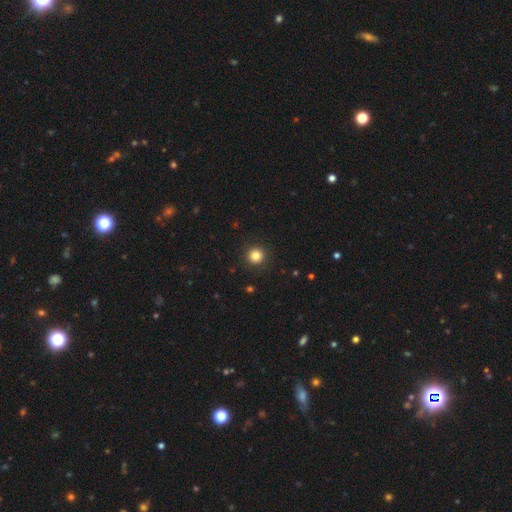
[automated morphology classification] Smooth or featured? Predicted: smooth (p=0.83). How rounded? Predicted: round (p=0.95). Merging? Predicted: none (p=0.93).